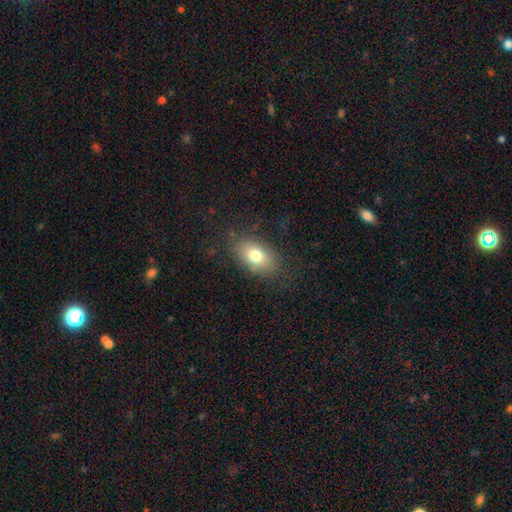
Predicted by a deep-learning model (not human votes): smooth 76%, featured or disk 15%, star or artifact 9%. Down the decision tree: how rounded — in between (88%); merging — none (80%).